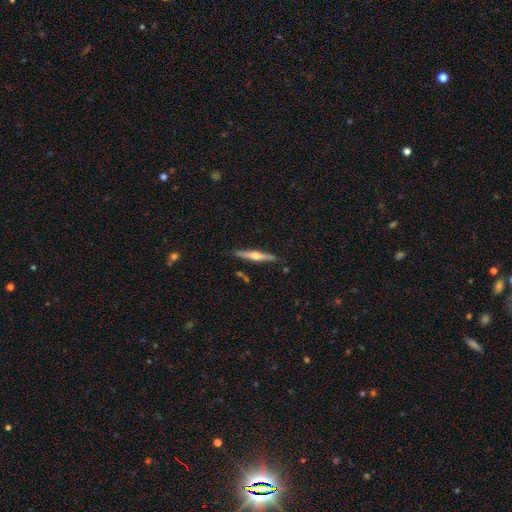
This appears to be a featured or disk galaxy (70%) viewed edge-on (100%) with a rounded central bulge (100%). Merging: none (87%).